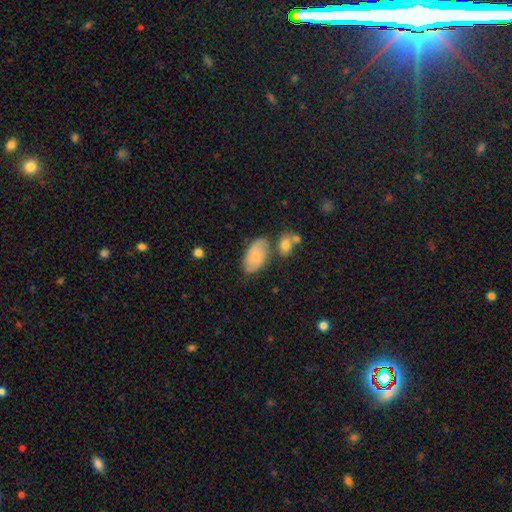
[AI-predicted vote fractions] This is likely a smooth galaxy (63%). How rounded: clearly in between (93%). Merging: likely none (60%).